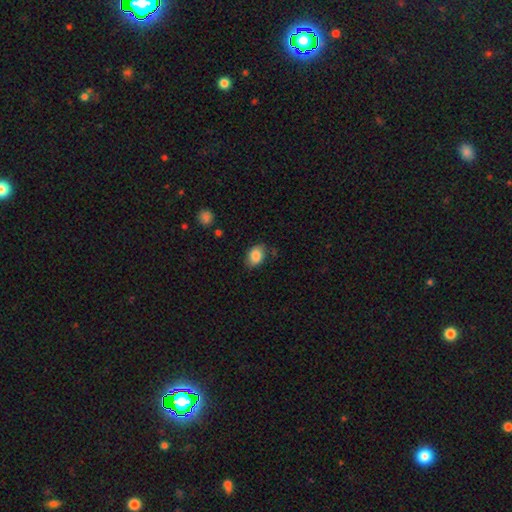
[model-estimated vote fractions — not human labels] This is clearly a smooth galaxy (85%). How rounded: clearly in between (82%). Merging: likely none (77%).